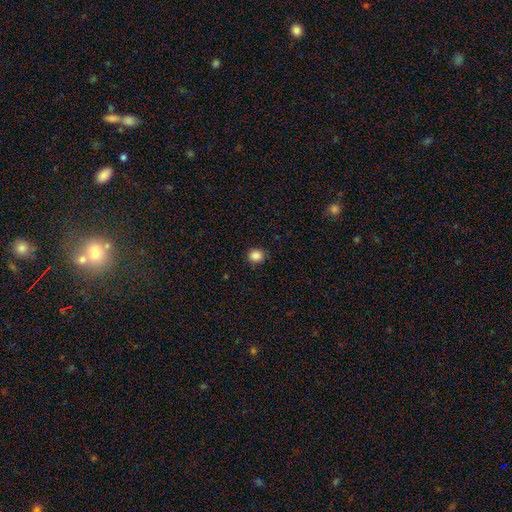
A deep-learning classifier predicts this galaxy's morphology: This is clearly a smooth galaxy (86%). How rounded: clearly round (90%). Merging: clearly none (90%).